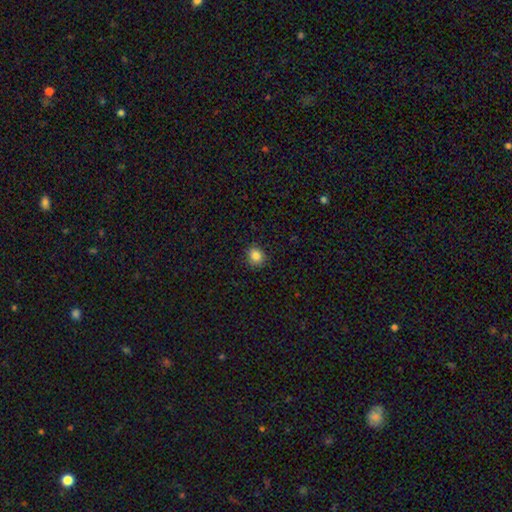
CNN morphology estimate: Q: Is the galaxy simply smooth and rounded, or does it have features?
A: smooth — 85%.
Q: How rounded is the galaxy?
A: round — 83%.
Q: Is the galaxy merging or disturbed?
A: none — 88%.